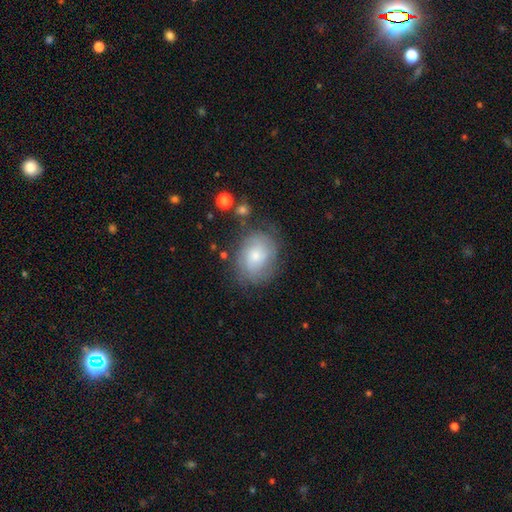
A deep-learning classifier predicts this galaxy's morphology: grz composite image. It shows a featured or disk galaxy (47%). Merging: none (65%).